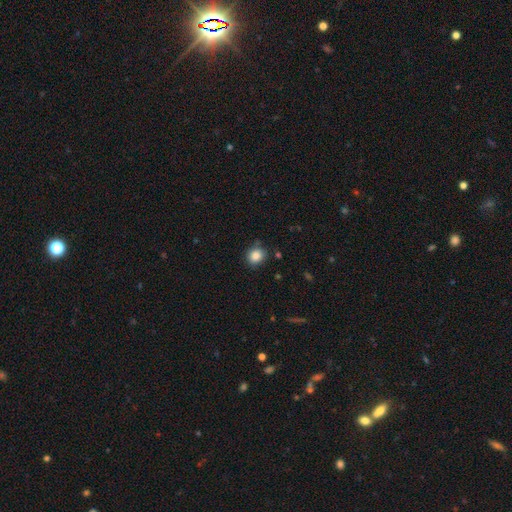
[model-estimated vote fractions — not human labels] The model was most divided on "how rounded": round: 75%, in between: 24%, cigar-shaped: 1%. More confident: smooth or featured — smooth (86%); merging — none (82%).